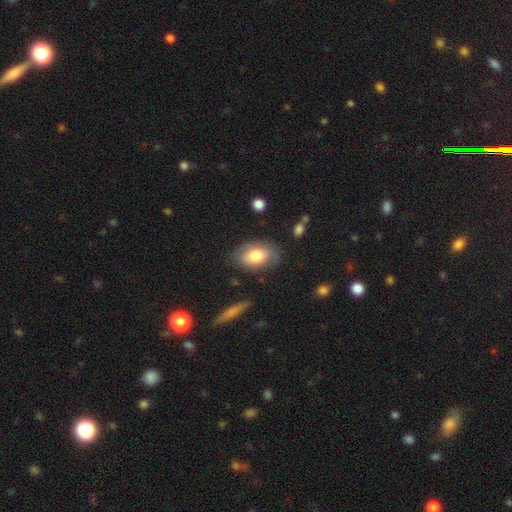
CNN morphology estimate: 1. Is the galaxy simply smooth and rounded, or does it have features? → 76% smooth, 18% featured or disk, 7% star or artifact.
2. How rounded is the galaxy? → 91% in between, 8% round, 2% cigar-shaped.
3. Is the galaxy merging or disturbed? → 73% none, 19% minor disturbance, 6% major disturbance, 2% merger.